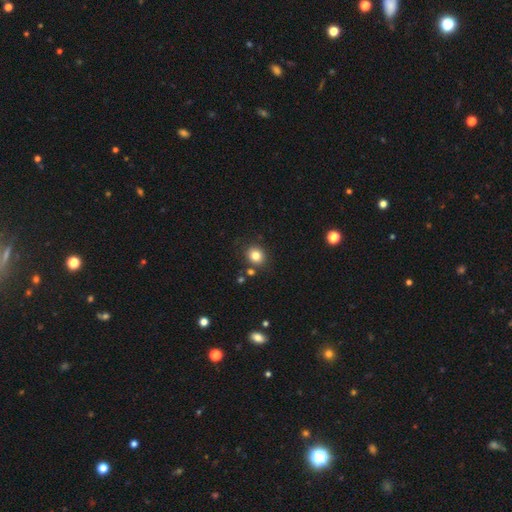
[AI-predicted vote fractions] Morphology: type=smooth (81%); roundness=round (74%); merging=none (83%).